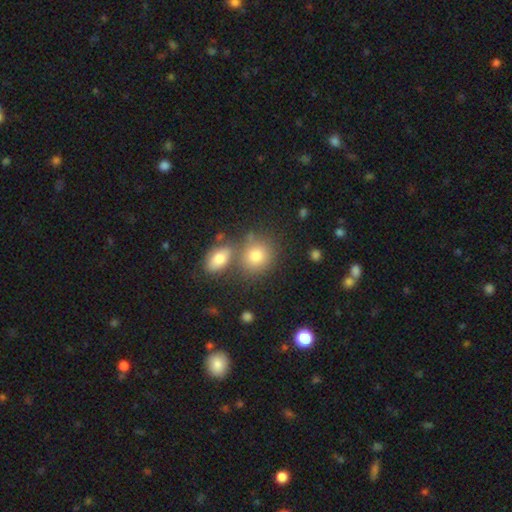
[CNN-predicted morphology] smooth 78%, star or artifact 11%, featured or disk 10%. Down the decision tree: how rounded — round (69%); merging — none (60%).